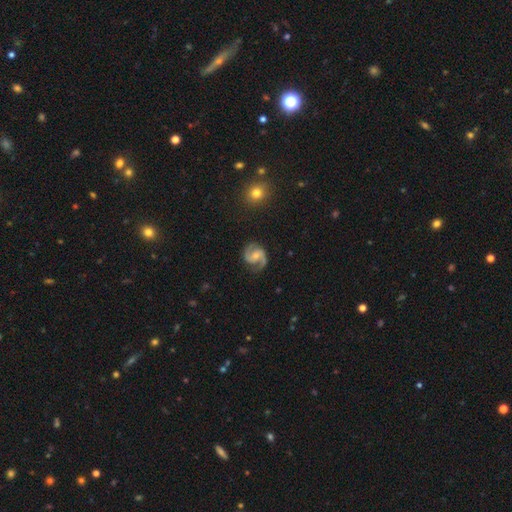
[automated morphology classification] Smooth or featured?
  - featured or disk: 91% *
  - star or artifact: 4%
  - smooth: 4%
Edge-on disk?
  - no: 98% *
  - yes: 2%
Bar?
  - no: 47% *
  - weak: 41%
  - strong: 13%
Spiral arms?
  - yes: 98% *
  - no: 2%
Spiral winding?
  - medium: 62% *
  - tight: 22%
  - loose: 16%
Spiral arm count?
  - 2: 94% *
  - can't tell: 2%
  - 1: 1%
  - 3: 1%
  - 4: 1%
  - more than 4: 1%
Bulge size?
  - small: 53% *
  - moderate: 38%
  - none: 6%
  - large: 2%
  - dominant: 1%
Merging?
  - none: 82% *
  - minor disturbance: 13%
  - major disturbance: 4%
  - merger: 1%